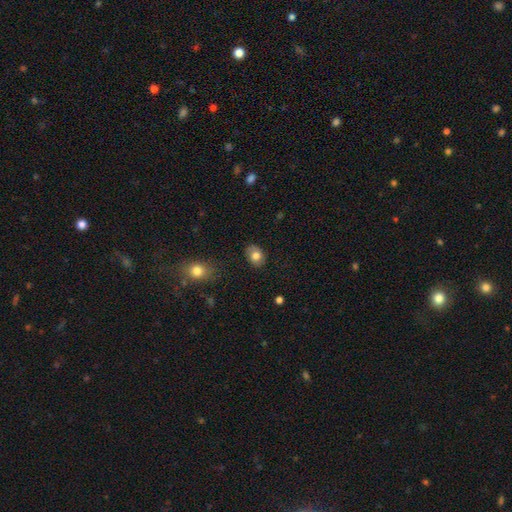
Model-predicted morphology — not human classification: Overall: smooth (79%). How rounded: in between (64%; round 35%). Merging: none (80%).